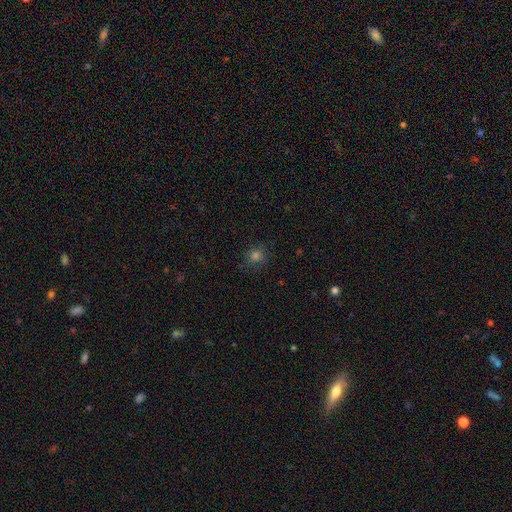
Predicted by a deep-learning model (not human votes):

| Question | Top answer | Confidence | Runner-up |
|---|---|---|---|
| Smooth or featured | smooth | 71% | star or artifact (22%) |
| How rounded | round | 88% | in between (11%) |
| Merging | none | 85% | minor disturbance (11%) |